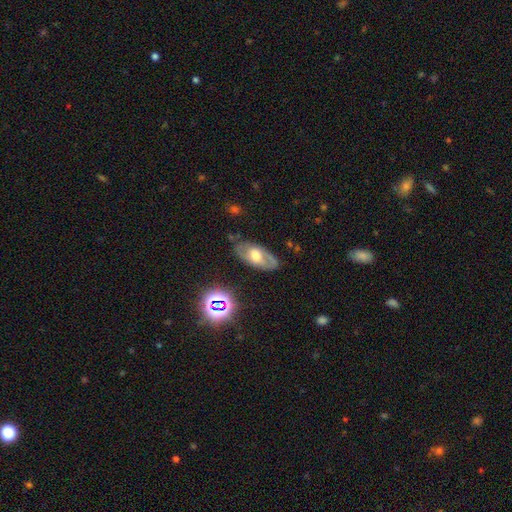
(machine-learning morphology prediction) Smooth or featured? featured or disk (57%)
Edge-on disk? no (86%)
Merging? none (77%)